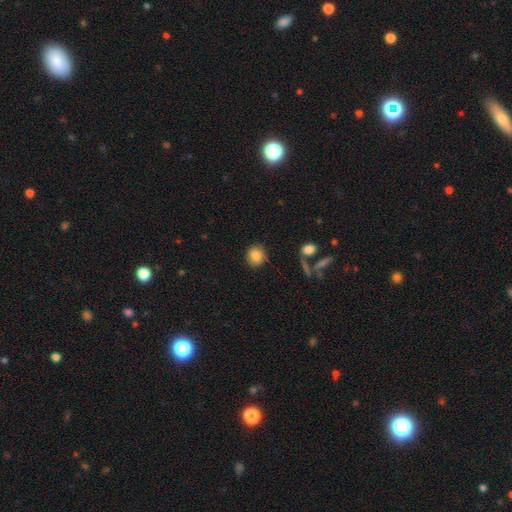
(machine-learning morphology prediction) Smooth or featured? Predicted: smooth (p=0.82). How rounded? Predicted: round (p=0.84). Merging? Predicted: none (p=0.87).